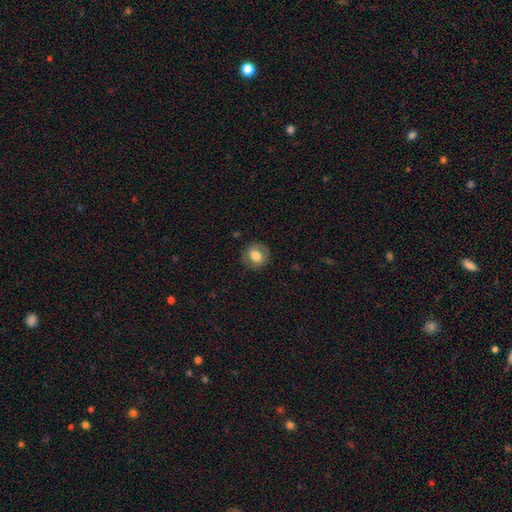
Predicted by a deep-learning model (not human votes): Overall: smooth (71%). How rounded: round (73%). Merging: none (82%).